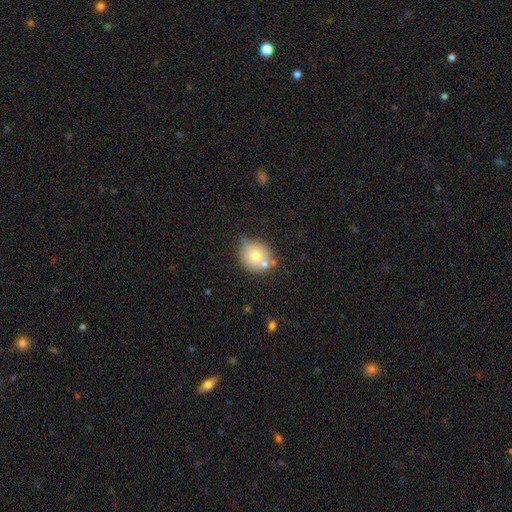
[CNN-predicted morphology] smooth_or_featured: smooth (p=0.69) [alt: featured or disk p=0.21]
how_rounded: round (p=0.79) [alt: in between p=0.20]
merging: none (p=0.56) [alt: merger p=0.20]